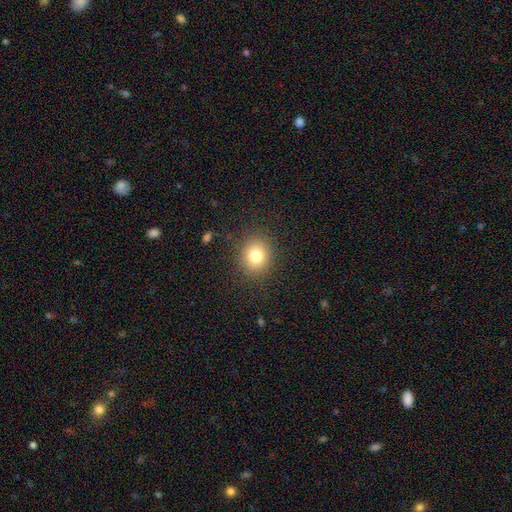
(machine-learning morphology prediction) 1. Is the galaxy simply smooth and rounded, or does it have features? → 78% smooth, 13% star or artifact, 9% featured or disk.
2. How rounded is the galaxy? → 77% round, 22% in between, 1% cigar-shaped.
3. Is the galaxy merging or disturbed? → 88% none, 8% minor disturbance, 3% major disturbance, 1% merger.